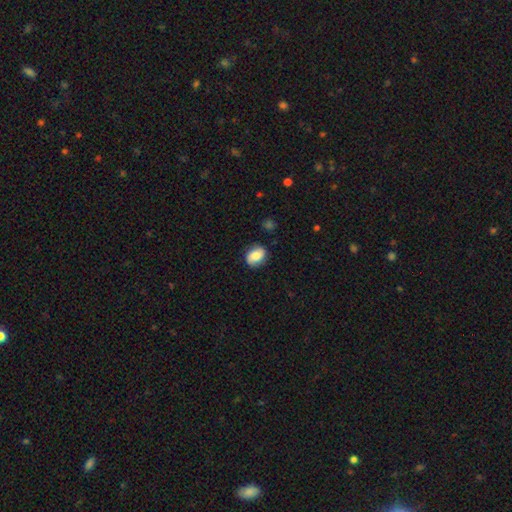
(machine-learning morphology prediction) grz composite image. It shows a smooth galaxy with no disk features (66%) that is in between round and cigar-shaped (57%). Merging: none (80%).